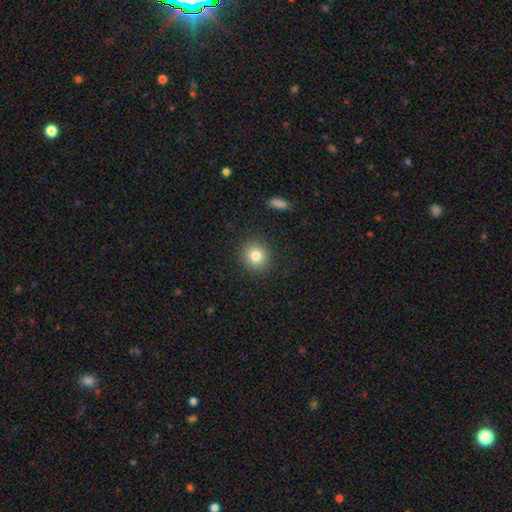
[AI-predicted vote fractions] The model was most divided on "smooth or featured": smooth: 81%, star or artifact: 11%, featured or disk: 8%. More confident: merging — none (89%); how rounded — round (88%).